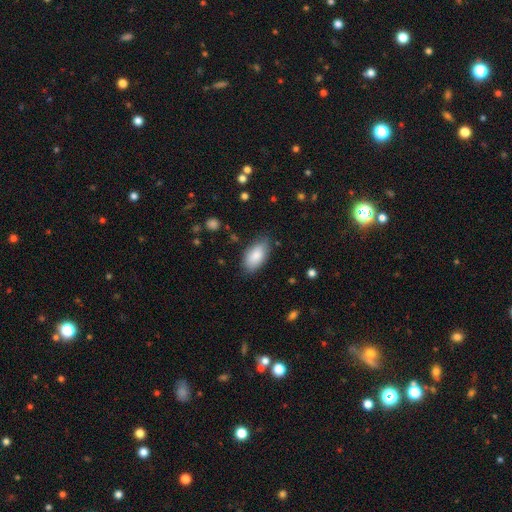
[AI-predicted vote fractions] Smooth or featured: smooth — 86% (featured or disk — 8%)
How rounded: in between — 94% (cigar-shaped — 3%)
Merging: none — 78% (minor disturbance — 17%)